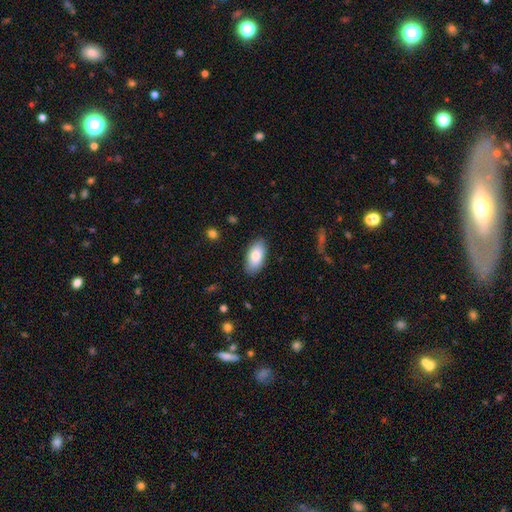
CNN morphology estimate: smooth-or-featured: smooth: 82% | featured or disk: 12% | star or artifact: 6%
  how-rounded: in between: 93% | cigar-shaped: 4% | round: 3%
  merging: none: 87% | minor disturbance: 10% | major disturbance: 2% | merger: 1%